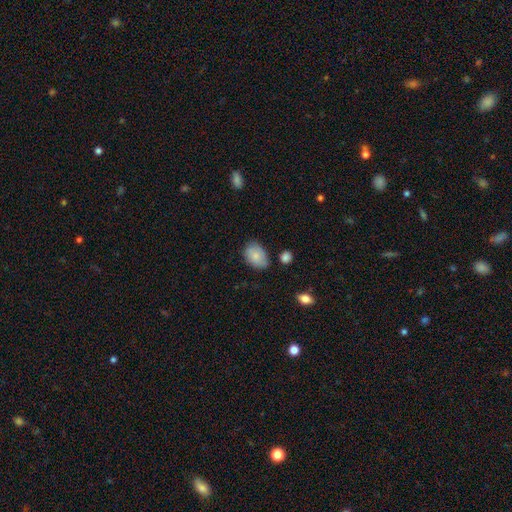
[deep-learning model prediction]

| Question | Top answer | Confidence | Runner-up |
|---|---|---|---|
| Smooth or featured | smooth | 81% | featured or disk (12%) |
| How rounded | in between | 82% | round (17%) |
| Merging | none | 68% | minor disturbance (24%) |